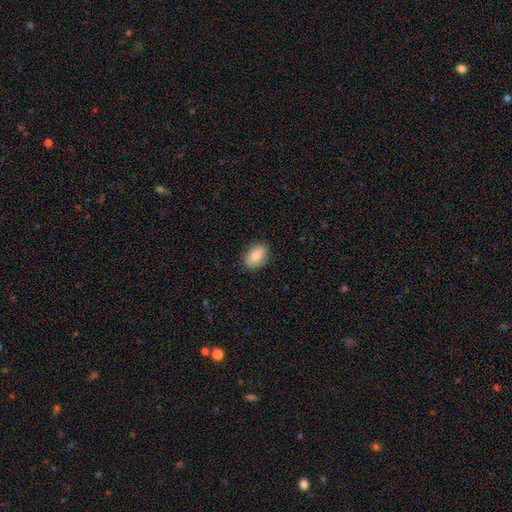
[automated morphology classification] smooth_or_featured: smooth (p=0.84) [alt: featured or disk p=0.09]
how_rounded: in between (p=0.89) [alt: round p=0.09]
merging: none (p=0.86) [alt: minor disturbance p=0.11]